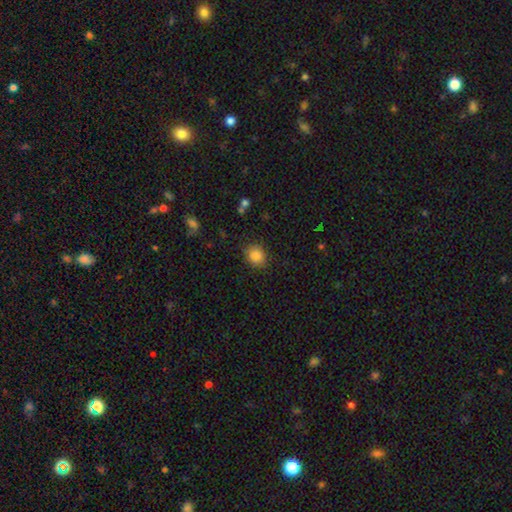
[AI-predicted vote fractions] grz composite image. It shows a smooth galaxy with no disk features (86%) that is round (71%). Merging: none (85%).